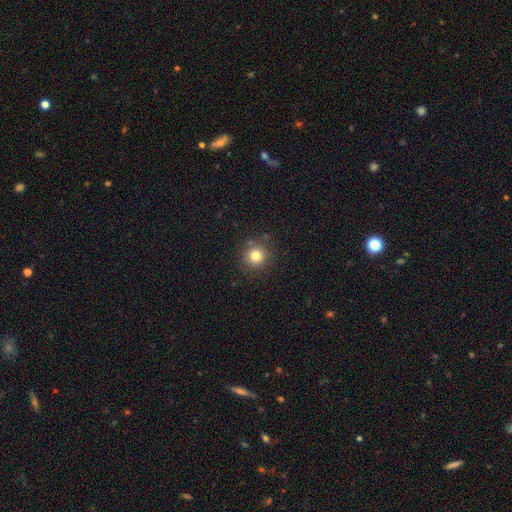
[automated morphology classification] Overall: smooth (80%). How rounded: round (94%). Merging: none (85%).